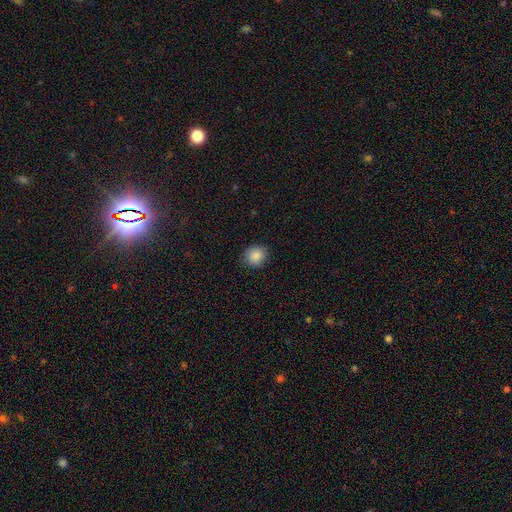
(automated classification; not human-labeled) This appears to be a smooth galaxy with no disk features (87%) that is round (77%). Merging: none (83%).